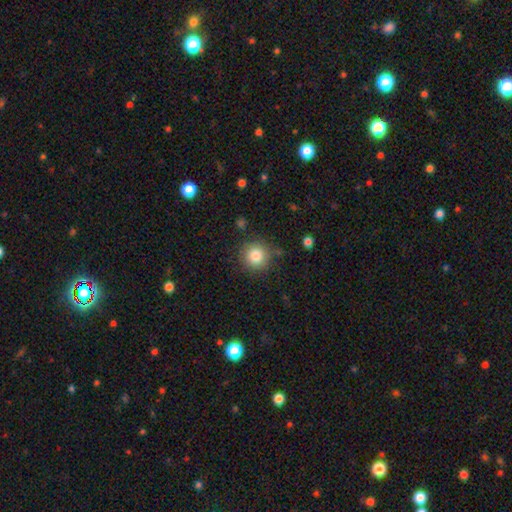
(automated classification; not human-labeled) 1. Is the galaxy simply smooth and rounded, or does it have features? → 83% smooth, 10% star or artifact, 7% featured or disk.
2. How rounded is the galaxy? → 93% round, 6% in between, 1% cigar-shaped.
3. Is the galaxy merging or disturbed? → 84% none, 10% minor disturbance, 3% major disturbance, 3% merger.